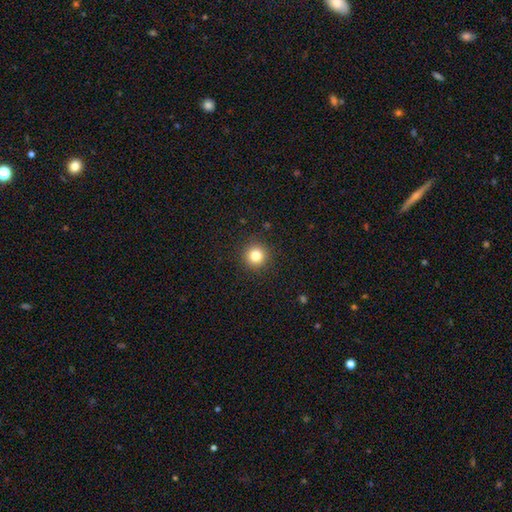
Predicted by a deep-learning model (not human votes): Smooth or featured? Predicted: smooth (p=0.82). How rounded? Predicted: round (p=0.95). Merging? Predicted: none (p=0.92).